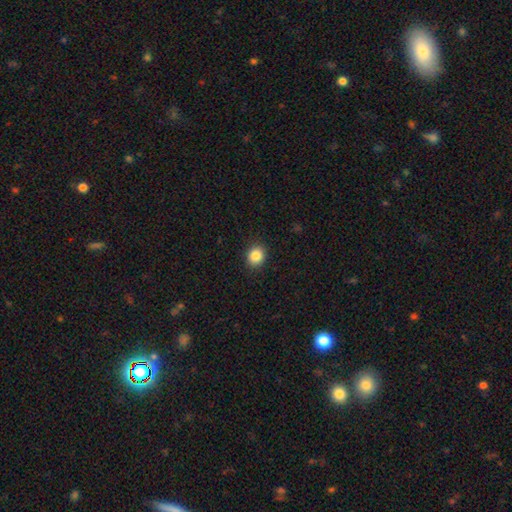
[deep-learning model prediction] smooth_or_featured: smooth (p=0.86) [alt: star or artifact p=0.10]
how_rounded: round (p=0.73) [alt: in between p=0.27]
merging: none (p=0.91) [alt: minor disturbance p=0.07]